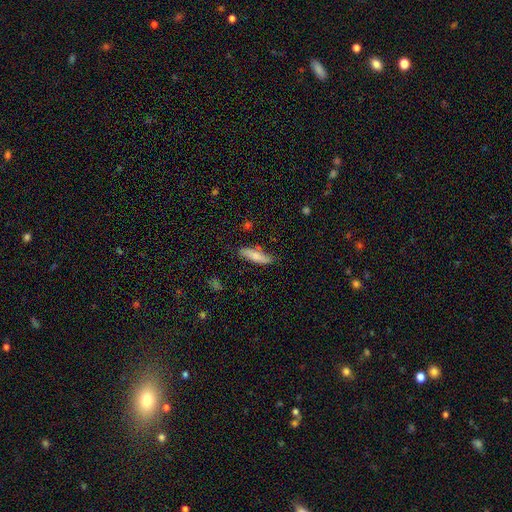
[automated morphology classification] Smooth or featured?
  - smooth: 75% *
  - featured or disk: 19%
  - star or artifact: 6%
How rounded?
  - cigar-shaped: 66% *
  - in between: 32%
  - round: 2%
Merging?
  - none: 79% *
  - minor disturbance: 16%
  - major disturbance: 3%
  - merger: 2%